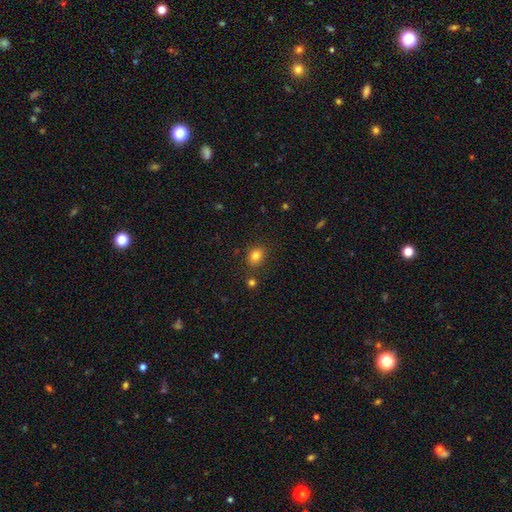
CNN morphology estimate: The model was most divided on "how rounded": in between: 53%, round: 46%, cigar-shaped: 1%. More confident: smooth or featured — smooth (81%); merging — none (80%).